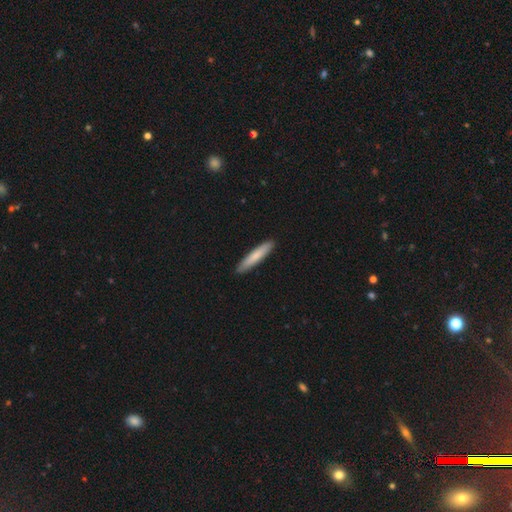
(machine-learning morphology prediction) Smooth or featured? Predicted: smooth (p=0.79). How rounded? Predicted: cigar-shaped (p=0.91). Merging? Predicted: none (p=0.90).